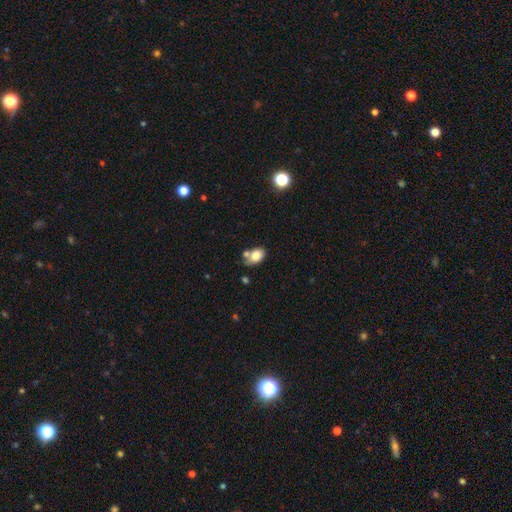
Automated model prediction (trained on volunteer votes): Smooth or featured: smooth — 78% (featured or disk — 13%)
How rounded: in between — 81% (round — 17%)
Merging: none — 48% (merger — 27%)